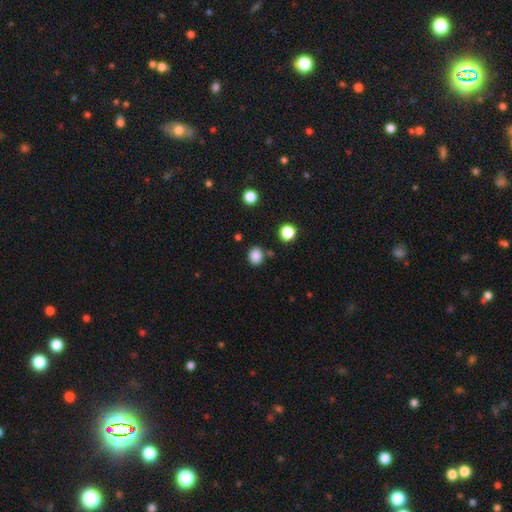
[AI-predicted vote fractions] Smooth or featured: smooth — 85% (star or artifact — 11%)
How rounded: round — 69% (in between — 30%)
Merging: none — 81% (minor disturbance — 10%)